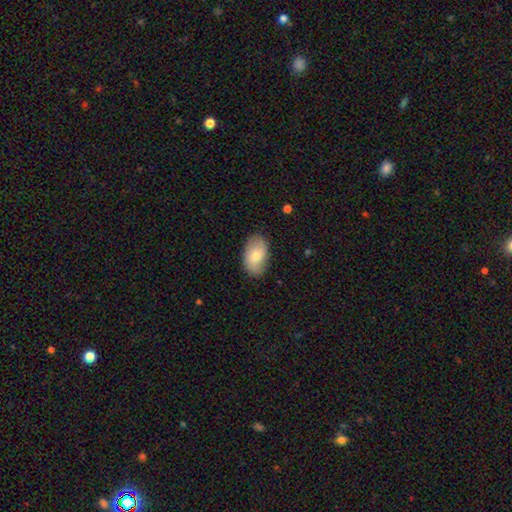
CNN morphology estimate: type=smooth (67%); roundness=in between (91%); merging=none (83%).